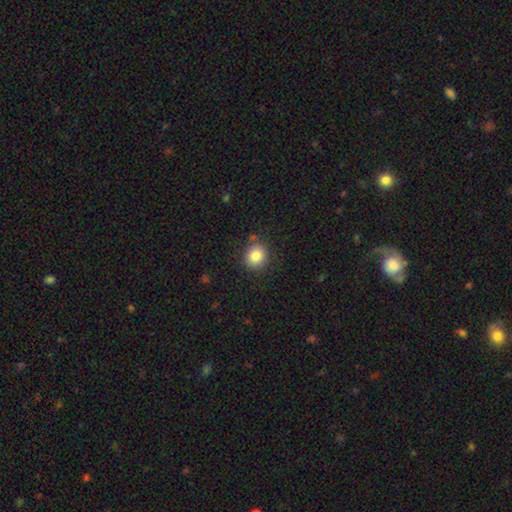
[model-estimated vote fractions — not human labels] A smooth galaxy with no disk features (82%) that is round (82%). Merging: none (86%).